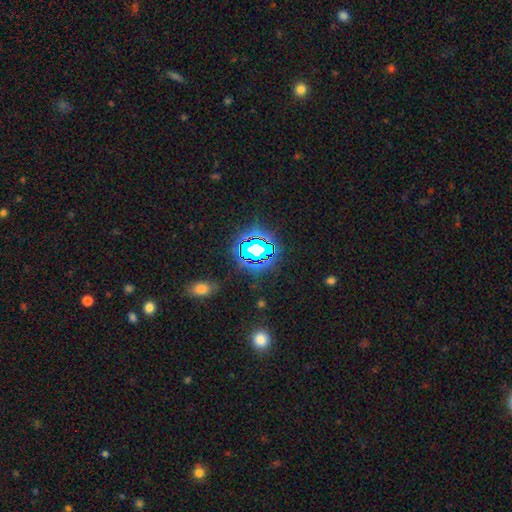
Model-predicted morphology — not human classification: Smooth or featured?
  - star or artifact: 75% *
  - smooth: 16%
  - featured or disk: 8%